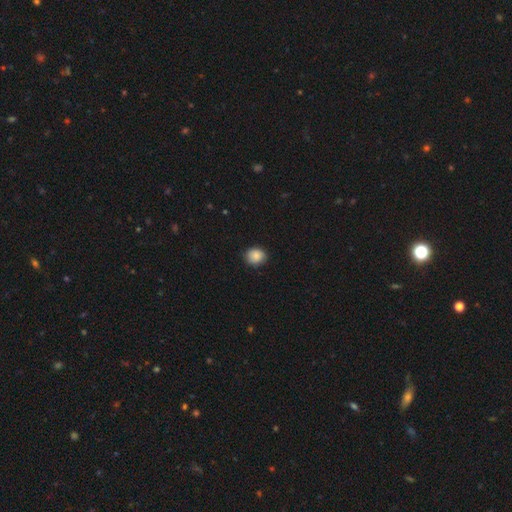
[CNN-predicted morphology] Smooth or featured: smooth — 86% (star or artifact — 8%)
How rounded: round — 67% (in between — 32%)
Merging: none — 85% (minor disturbance — 12%)